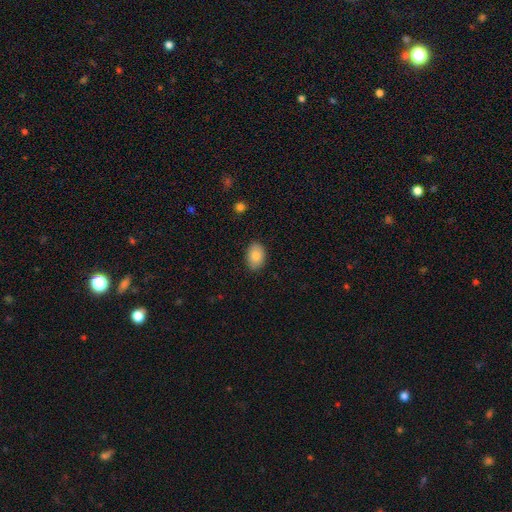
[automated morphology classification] type=smooth (83%); roundness=in between (85%); merging=none (87%).